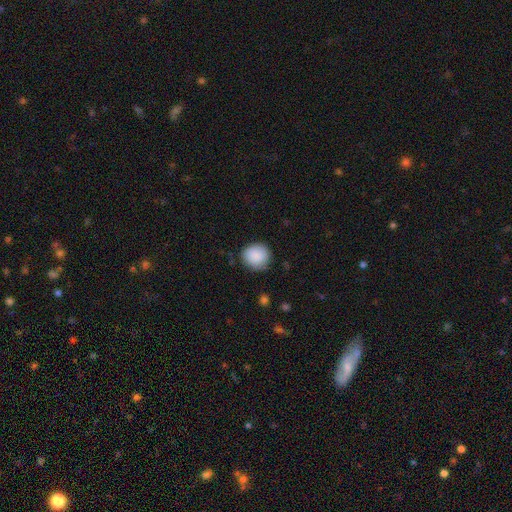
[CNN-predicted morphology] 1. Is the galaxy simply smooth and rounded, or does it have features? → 88% smooth, 7% star or artifact, 5% featured or disk.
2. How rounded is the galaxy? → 87% round, 12% in between, 1% cigar-shaped.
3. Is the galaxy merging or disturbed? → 83% none, 13% minor disturbance, 3% major disturbance, 1% merger.